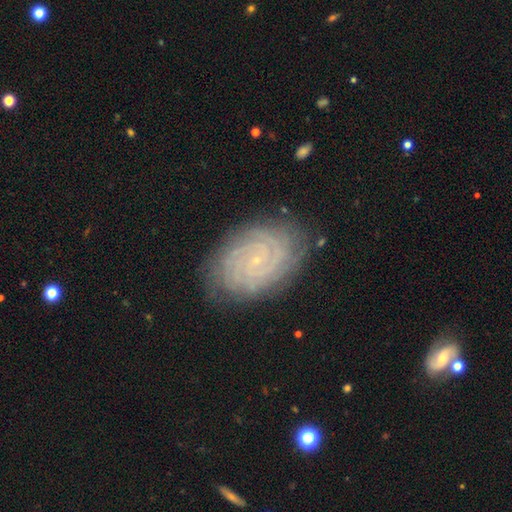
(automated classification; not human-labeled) A featured or disk galaxy (77%) with no bar (71%), tight (80%) spiral arms (95%) and a small central bulge (88%).

Vote fractions:
- Smooth or featured? featured or disk: 77% / smooth: 13% / star or artifact: 10%
- Edge-on disk? no: 97% / yes: 3%
- Bar? no: 71% / weak: 23% / strong: 5%
- Spiral arms? yes: 95% / no: 5%
- Spiral winding? tight: 80% / medium: 16% / loose: 4%
- Spiral arm count? can't tell: 35% / 2: 18% / 4: 15% / 3: 13% / more than 4: 12% / 1: 7%
- Bulge size? small: 88% / moderate: 7% / none: 3% / large: 1% / dominant: 1%
- Merging? none: 83% / minor disturbance: 12% / major disturbance: 3% / merger: 1%